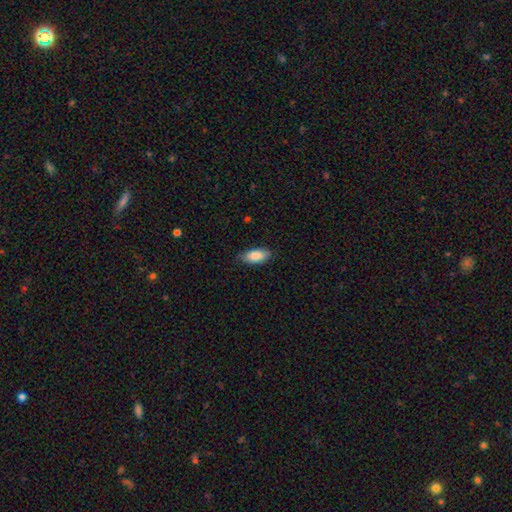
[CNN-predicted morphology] type=smooth (87%); roundness=in between (90%); merging=none (81%).